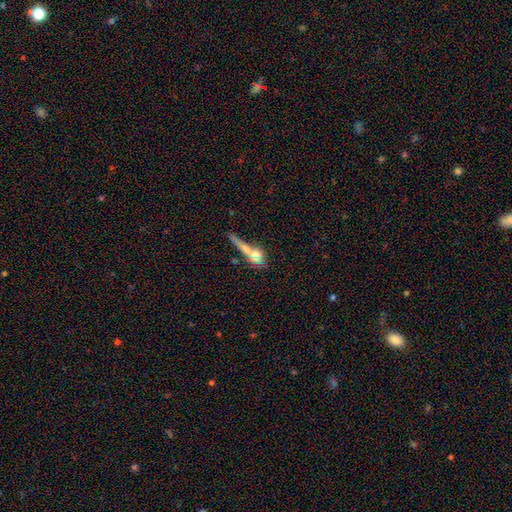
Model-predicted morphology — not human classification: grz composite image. It shows a smooth galaxy with no disk features (55%) that is cigar-shaped (37%). Merging: merger (41%).